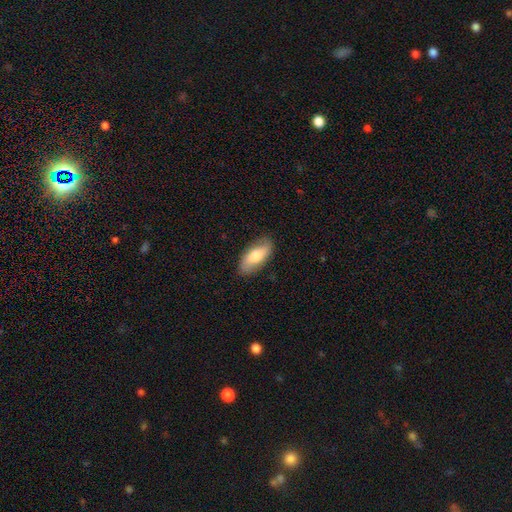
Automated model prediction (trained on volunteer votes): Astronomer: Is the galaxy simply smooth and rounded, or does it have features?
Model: smooth — 69%.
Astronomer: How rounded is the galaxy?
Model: in between — 83%.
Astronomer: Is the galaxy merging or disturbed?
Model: none — 84%.